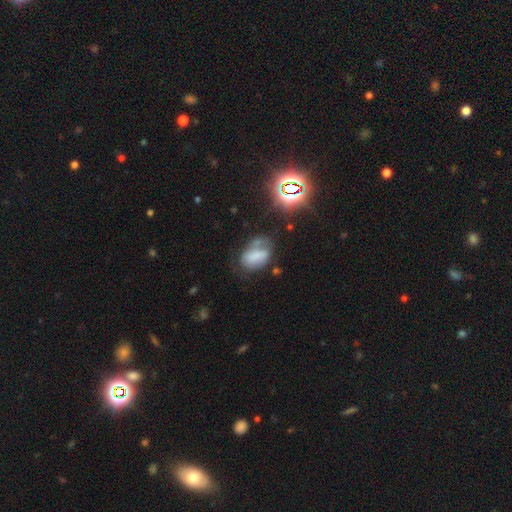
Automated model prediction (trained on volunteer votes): Smooth or featured?
  - smooth: 62% *
  - featured or disk: 24%
  - star or artifact: 14%
How rounded?
  - in between: 85% *
  - round: 13%
  - cigar-shaped: 2%
Merging?
  - none: 37% *
  - minor disturbance: 28%
  - major disturbance: 19%
  - merger: 16%